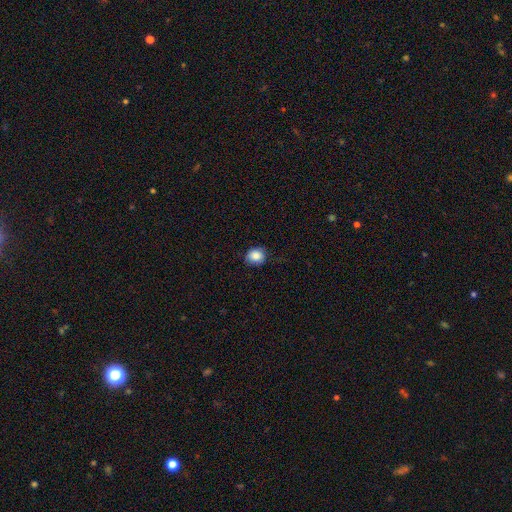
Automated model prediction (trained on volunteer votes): Smooth or featured? smooth (87%)
How rounded? round (81%)
Merging? none (81%)